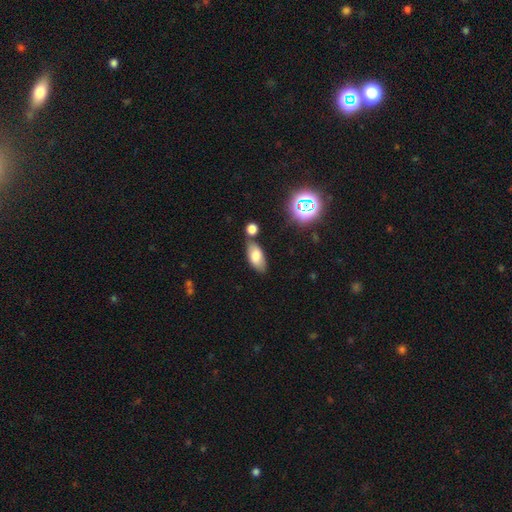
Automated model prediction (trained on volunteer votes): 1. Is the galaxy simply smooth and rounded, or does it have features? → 73% smooth, 16% featured or disk, 11% star or artifact.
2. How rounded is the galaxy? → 88% in between, 9% cigar-shaped, 4% round.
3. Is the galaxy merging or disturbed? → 68% none, 15% minor disturbance, 14% merger, 4% major disturbance.